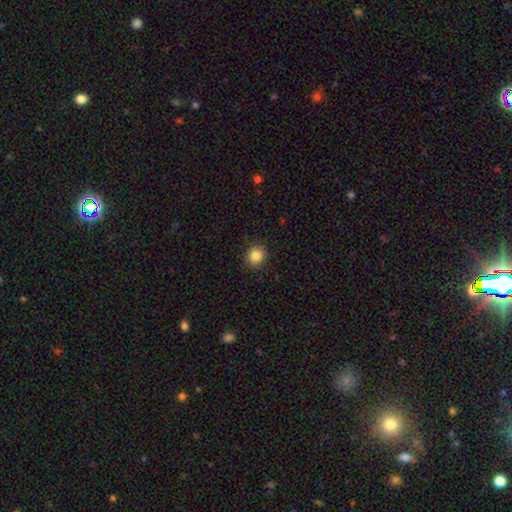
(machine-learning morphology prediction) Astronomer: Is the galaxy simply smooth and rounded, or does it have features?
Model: smooth — 86%.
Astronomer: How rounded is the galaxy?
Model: round — 83%.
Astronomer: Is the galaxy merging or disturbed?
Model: none — 90%.